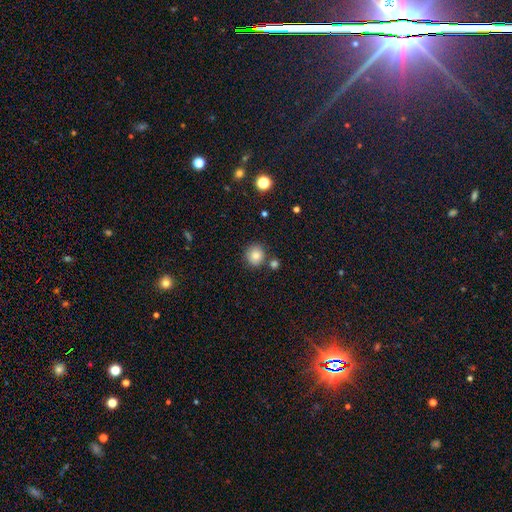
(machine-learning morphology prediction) This is clearly a smooth galaxy (83%). How rounded: clearly round (89%). Merging: likely none (77%).